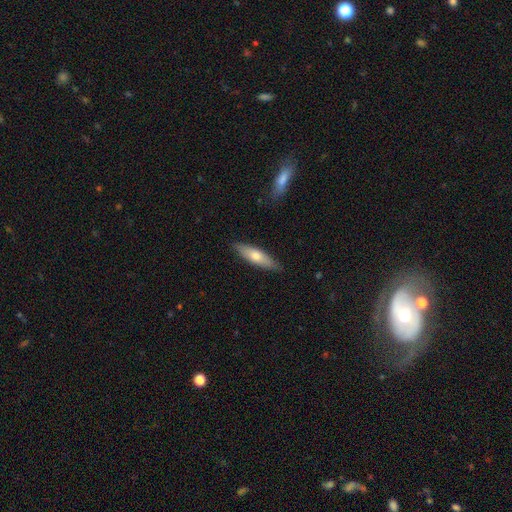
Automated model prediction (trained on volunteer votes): smooth-or-featured: smooth: 59% | featured or disk: 35% | star or artifact: 6%
  how-rounded: cigar-shaped: 66% | in between: 32% | round: 2%
  merging: none: 88% | minor disturbance: 9% | major disturbance: 2% | merger: 1%